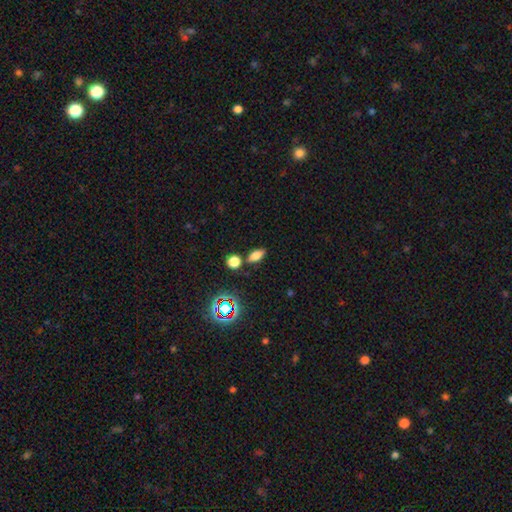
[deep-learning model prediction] smooth_or_featured: smooth (p=0.74) [alt: star or artifact p=0.17]
how_rounded: in between (p=0.81) [alt: cigar-shaped p=0.11]
merging: none (p=0.78) [alt: minor disturbance p=0.11]